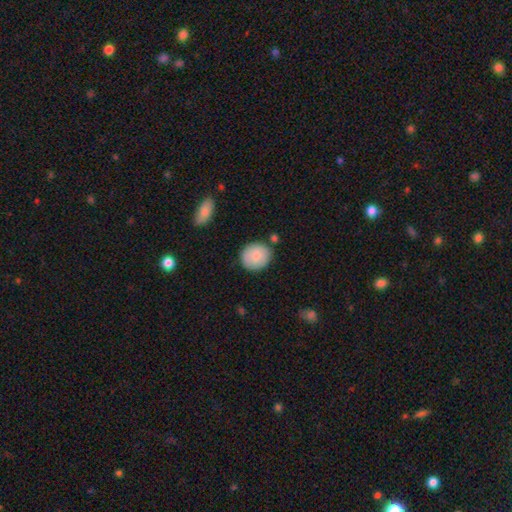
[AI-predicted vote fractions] smooth 84%, featured or disk 10%, star or artifact 6%. Down the decision tree: how rounded — round (81%); merging — none (81%).